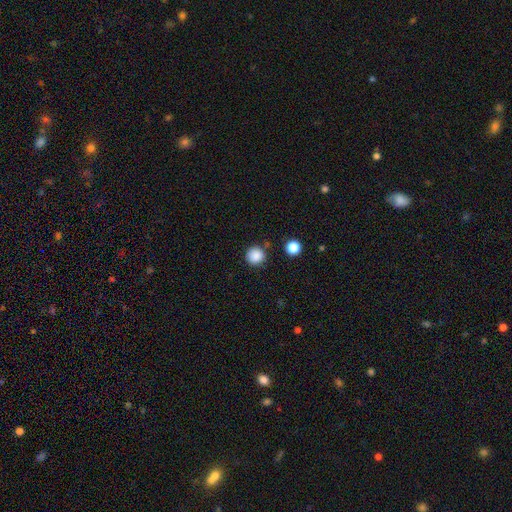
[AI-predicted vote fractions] This is clearly a smooth galaxy (87%). How rounded: clearly round (94%). Merging: clearly none (84%).